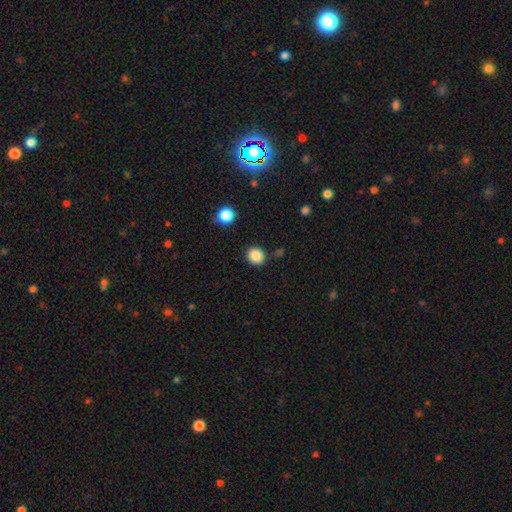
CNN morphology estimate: A smooth galaxy with no disk features (86%) that is round (81%). Merging: none (87%).